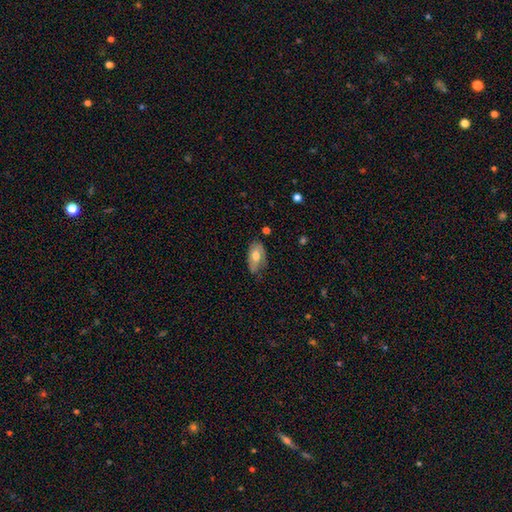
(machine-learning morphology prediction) Q: Smooth or featured?
A: smooth (61%); runner-up: featured or disk (32%)
Q: How rounded?
A: in between (92%); runner-up: round (5%)
Q: Merging?
A: none (58%); runner-up: minor disturbance (32%)